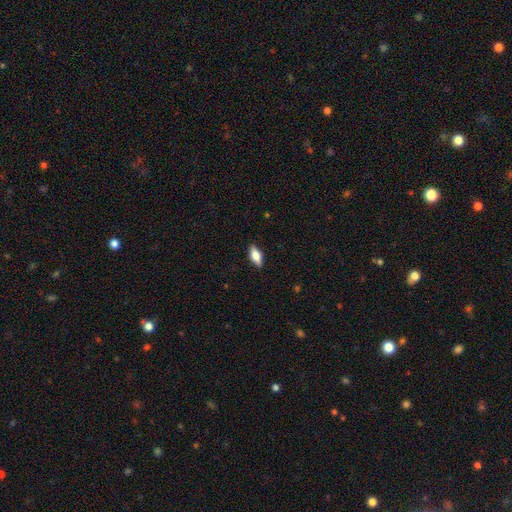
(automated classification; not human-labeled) Smooth or featured? Predicted: smooth (p=0.66). How rounded? Predicted: in between (p=0.78). Merging? Predicted: none (p=0.88).